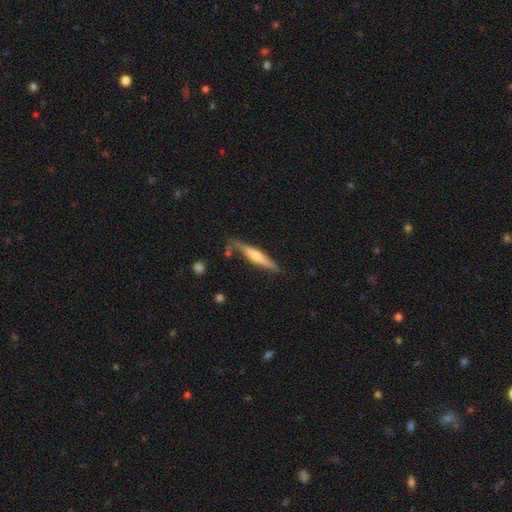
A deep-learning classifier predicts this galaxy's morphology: featured or disk 54%, smooth 41%, star or artifact 6%. Down the decision tree: edge-on disk — yes (95%); edge-on bulge — rounded (73%); merging — none (78%).